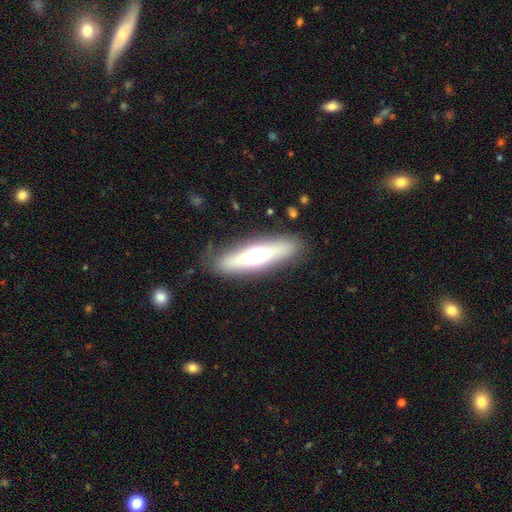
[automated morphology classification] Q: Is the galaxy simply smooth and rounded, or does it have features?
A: featured or disk — 49%.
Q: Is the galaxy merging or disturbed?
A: none — 86%.